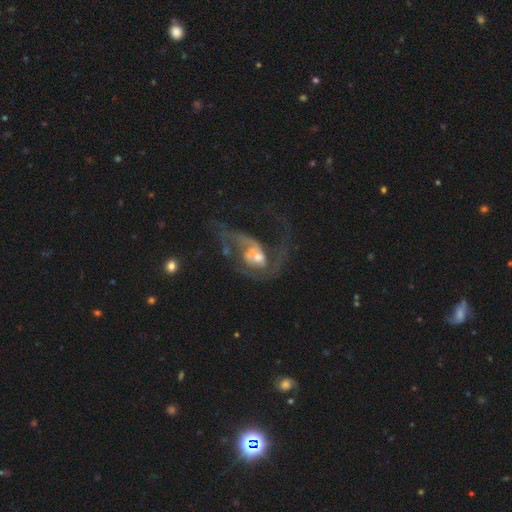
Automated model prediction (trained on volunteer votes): smooth-or-featured: featured or disk: 75% | smooth: 16% | star or artifact: 9%
  disk-edge-on: no: 97% | yes: 3%
    bar: no: 68% | weak: 26% | strong: 6%
    has-spiral-arms: yes: 77% | no: 23%
      spiral-winding: loose: 55% | medium: 33% | tight: 12%
      spiral-arm-count: 2: 51% | 1: 24% | can't tell: 15% | 3: 5% | 4: 3% | more than 4: 2%
    bulge-size: moderate: 49% | small: 28% | large: 14% | none: 7% | dominant: 3%
  merging: major disturbance: 37% | merger: 35% | none: 18% | minor disturbance: 9%